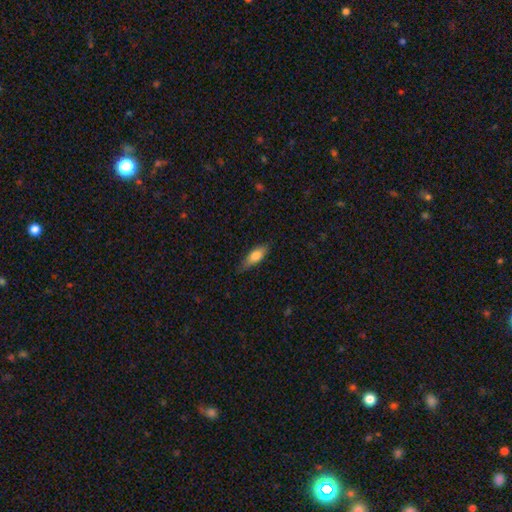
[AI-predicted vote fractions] This is likely a smooth galaxy (73%). How rounded: likely in between (67%). Merging: likely none (74%).